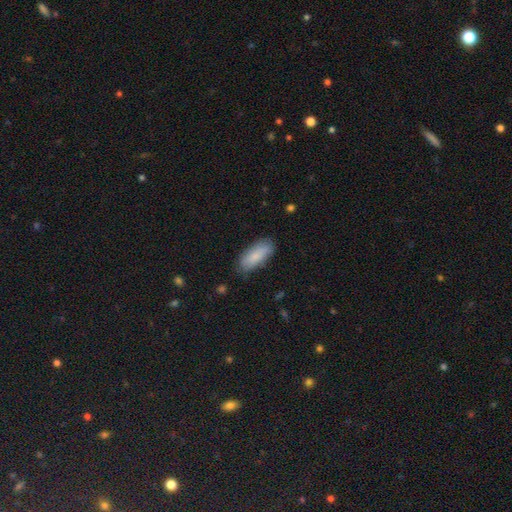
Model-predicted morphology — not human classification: Smooth or featured? smooth (83%)
How rounded? in between (78%)
Merging? none (80%)